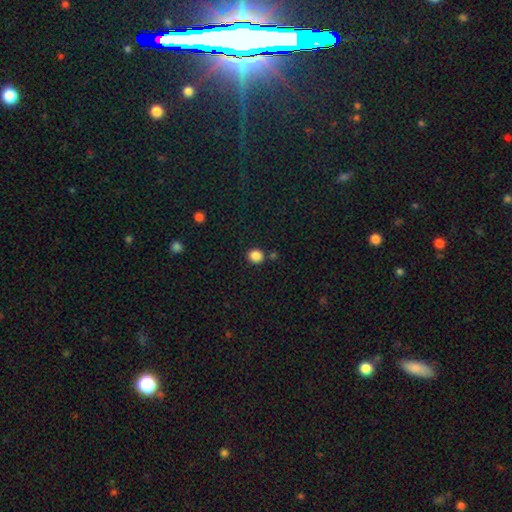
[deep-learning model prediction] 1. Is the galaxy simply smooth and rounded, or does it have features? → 86% smooth, 11% star or artifact, 3% featured or disk.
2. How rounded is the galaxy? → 74% round, 25% in between, 1% cigar-shaped.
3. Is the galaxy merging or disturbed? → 81% none, 9% minor disturbance, 8% merger, 3% major disturbance.